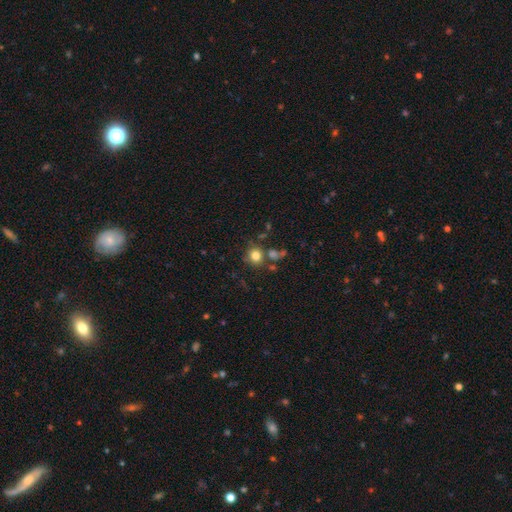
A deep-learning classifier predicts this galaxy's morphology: Smooth or featured? smooth (79%)
How rounded? round (84%)
Merging? none (73%)